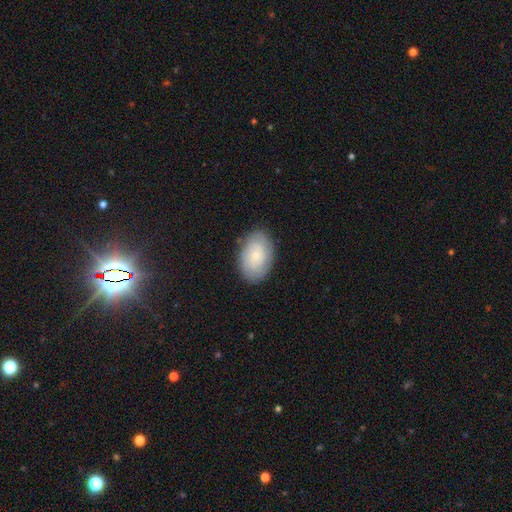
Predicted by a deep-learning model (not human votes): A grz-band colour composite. It shows a smooth galaxy with no disk features (63%) that is in between round and cigar-shaped (88%). Merging: none (83%).